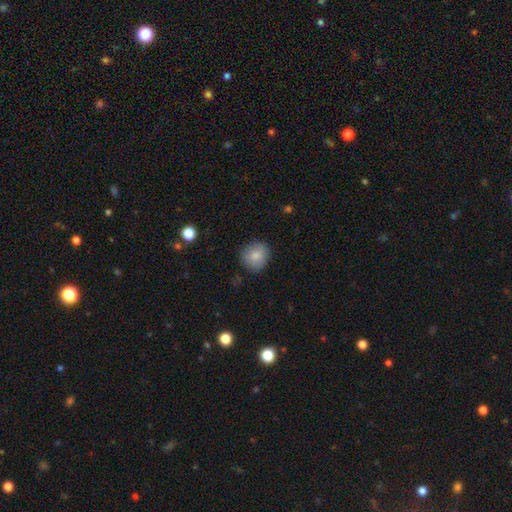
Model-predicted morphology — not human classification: This appears to be a smooth galaxy with no disk features (81%) that is round (82%). Merging: none (82%).